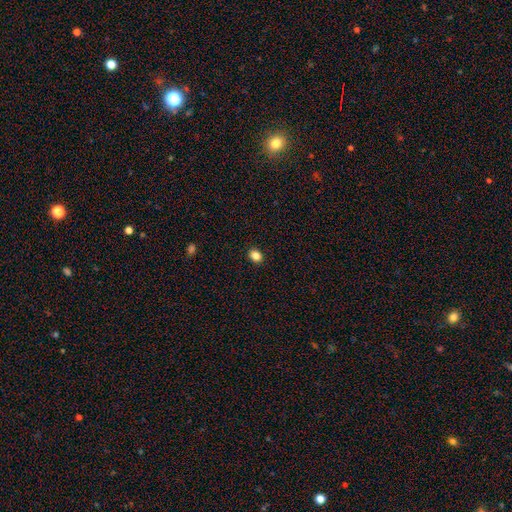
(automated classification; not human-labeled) Smooth or featured? Predicted: smooth (p=0.85). How rounded? Predicted: round (p=0.50). Merging? Predicted: none (p=0.91).